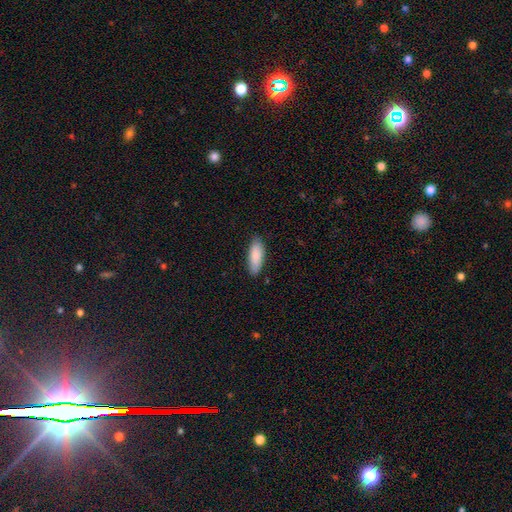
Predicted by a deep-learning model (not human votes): A smooth galaxy with no disk features (86%) that is in between round and cigar-shaped (65%). Merging: none (84%).